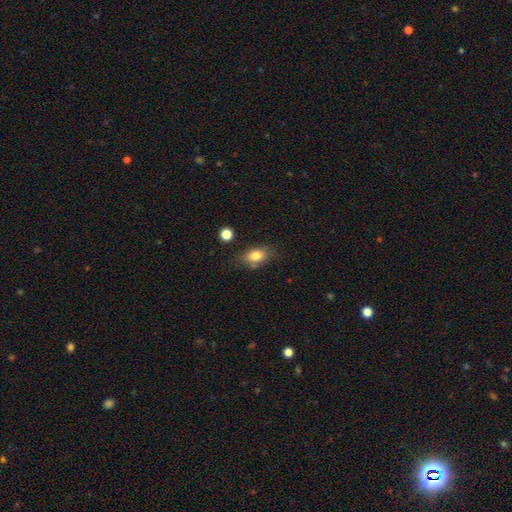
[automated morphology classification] smooth 79%, featured or disk 11%, star or artifact 9%. Down the decision tree: how rounded — in between (81%); merging — none (73%).